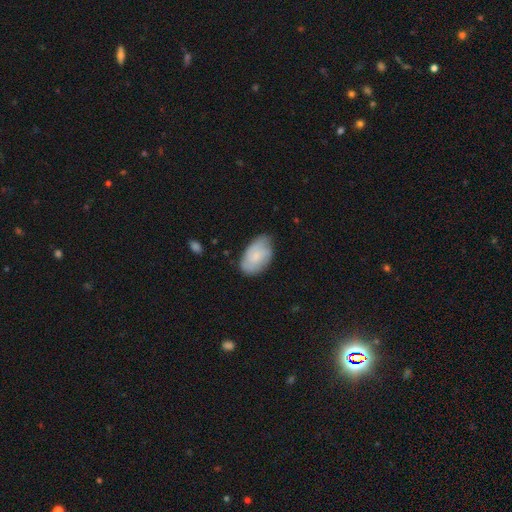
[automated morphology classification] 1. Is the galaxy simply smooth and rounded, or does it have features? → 66% smooth, 28% featured or disk, 6% star or artifact.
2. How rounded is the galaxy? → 93% in between, 5% round, 2% cigar-shaped.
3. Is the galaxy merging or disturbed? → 67% none, 27% minor disturbance, 5% major disturbance, 1% merger.